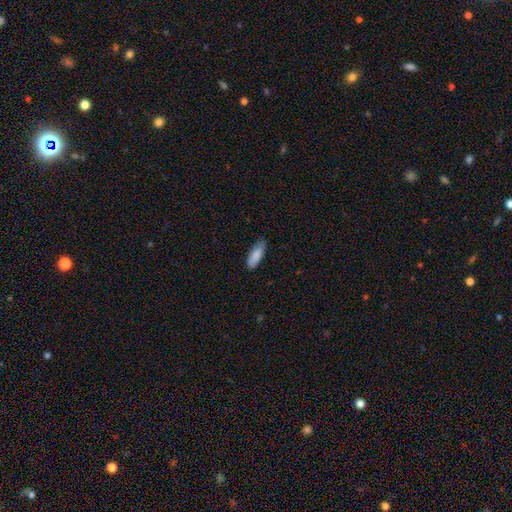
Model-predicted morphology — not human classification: Smooth or featured? Predicted: smooth (p=0.87). How rounded? Predicted: in between (p=0.66). Merging? Predicted: none (p=0.78).